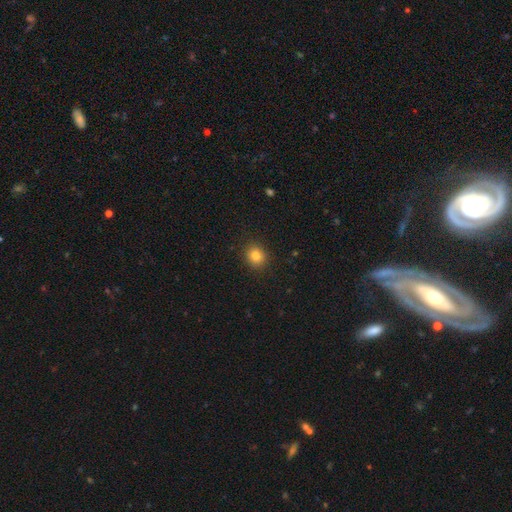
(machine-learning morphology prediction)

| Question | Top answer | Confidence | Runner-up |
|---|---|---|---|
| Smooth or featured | smooth | 84% | star or artifact (11%) |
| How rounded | round | 80% | in between (19%) |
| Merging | none | 91% | minor disturbance (6%) |